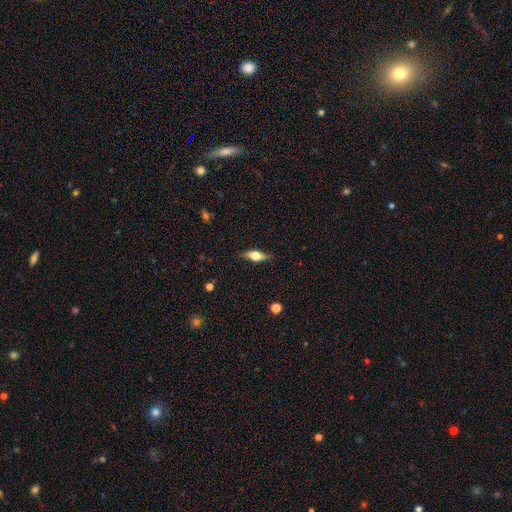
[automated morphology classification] Q: Smooth or featured?
A: smooth (48%); runner-up: featured or disk (44%)
Q: Merging?
A: none (84%); runner-up: minor disturbance (12%)